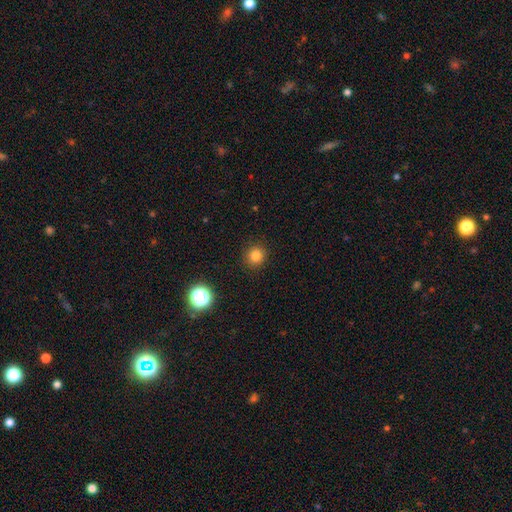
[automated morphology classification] Smooth or featured: smooth — 81% (star or artifact — 14%)
How rounded: round — 92% (in between — 7%)
Merging: none — 91% (minor disturbance — 6%)